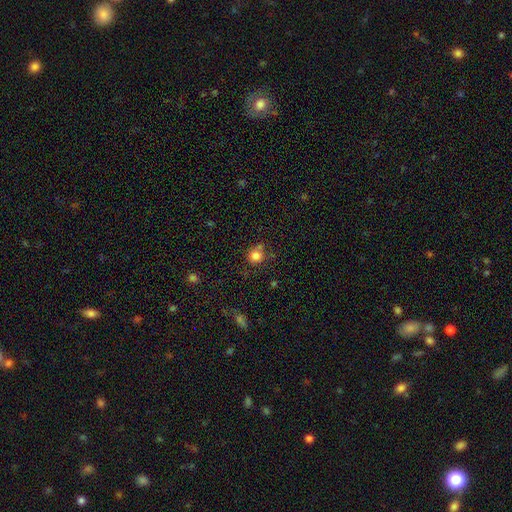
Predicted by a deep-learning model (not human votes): The model was most divided on "merging": none: 65%, minor disturbance: 16%, merger: 14%, major disturbance: 5%. More confident: how rounded — round (85%); smooth or featured — smooth (81%).